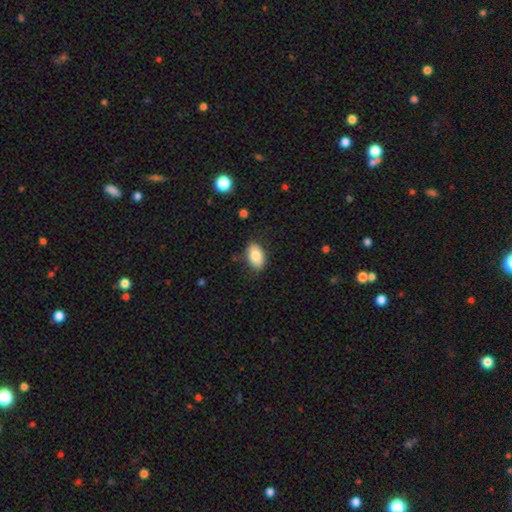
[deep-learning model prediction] Overall: smooth (81%). How rounded: in between (91%). Merging: none (80%).